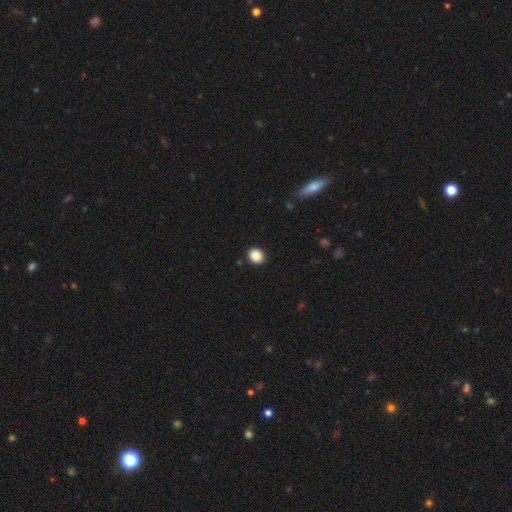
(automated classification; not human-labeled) This is clearly a smooth galaxy (89%). How rounded: likely round (72%). Merging: clearly none (91%).